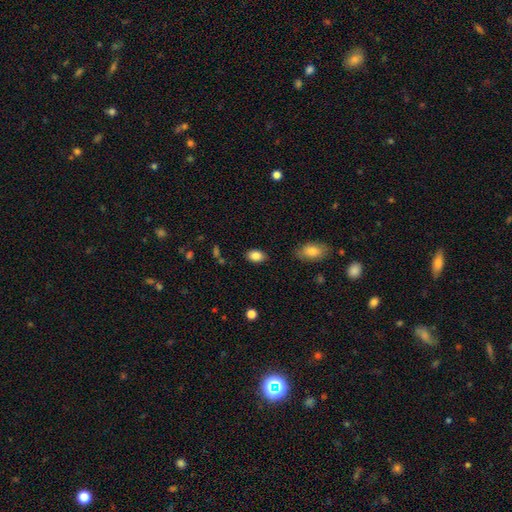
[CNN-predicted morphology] Smooth or featured?
  - smooth: 85% *
  - star or artifact: 8%
  - featured or disk: 6%
How rounded?
  - in between: 83% *
  - round: 16%
  - cigar-shaped: 1%
Merging?
  - none: 86% *
  - minor disturbance: 10%
  - major disturbance: 3%
  - merger: 2%